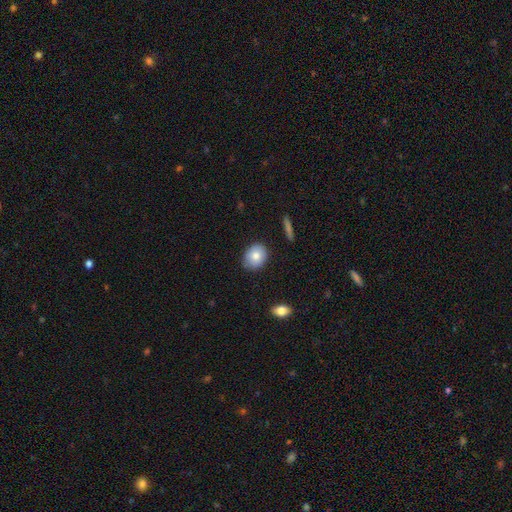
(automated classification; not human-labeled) A smooth galaxy with no disk features (79%) that is round (50%). Merging: none (82%).